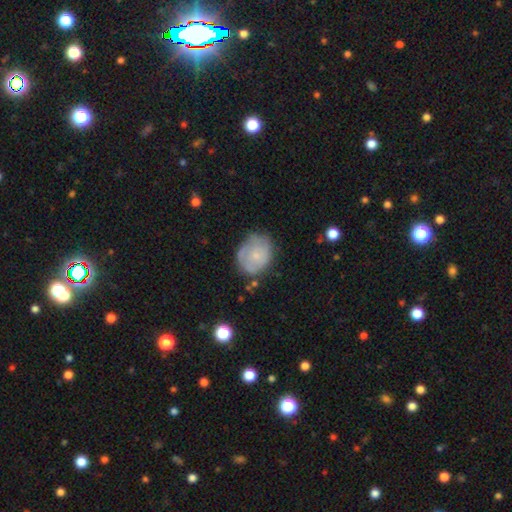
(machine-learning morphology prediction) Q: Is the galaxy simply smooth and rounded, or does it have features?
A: smooth — 53%.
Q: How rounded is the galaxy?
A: round — 56%.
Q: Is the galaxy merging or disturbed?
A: none — 62%.